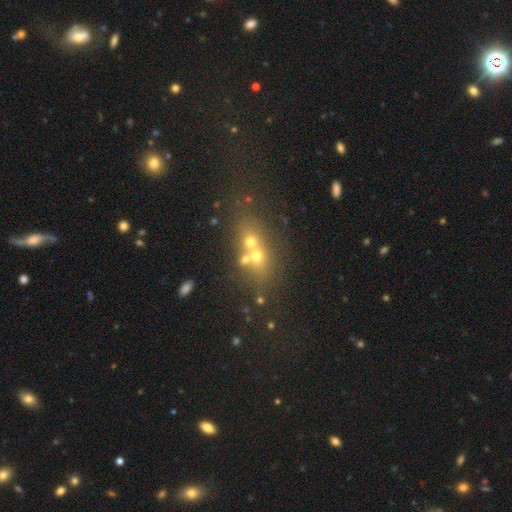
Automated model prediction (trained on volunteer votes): A smooth galaxy with no disk features (42%).

Vote fractions:
- Smooth or featured? smooth: 42% / star or artifact: 33% / featured or disk: 24%
- Merging? merger: 50% / none: 36% / minor disturbance: 8% / major disturbance: 6%